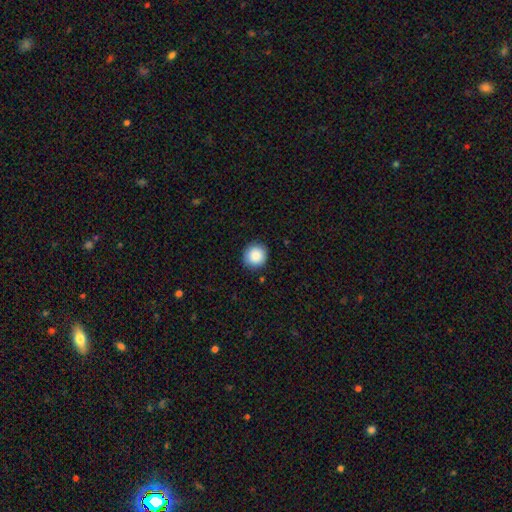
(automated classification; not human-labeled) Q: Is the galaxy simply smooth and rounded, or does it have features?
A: smooth — 88%.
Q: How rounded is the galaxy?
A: round — 94%.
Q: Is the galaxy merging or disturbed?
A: none — 90%.